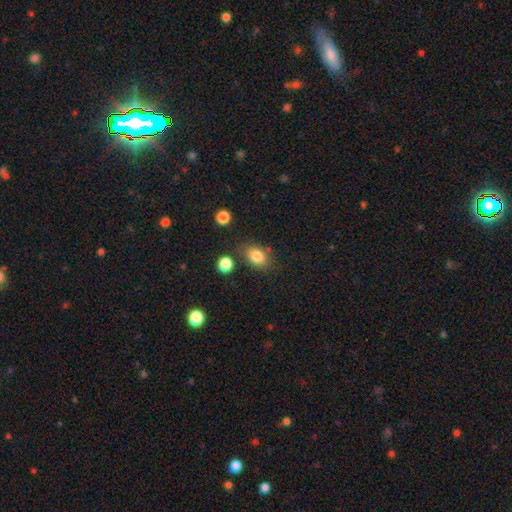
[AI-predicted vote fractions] smooth 83%, star or artifact 10%, featured or disk 8%. Down the decision tree: how rounded — in between (71%); merging — none (73%).